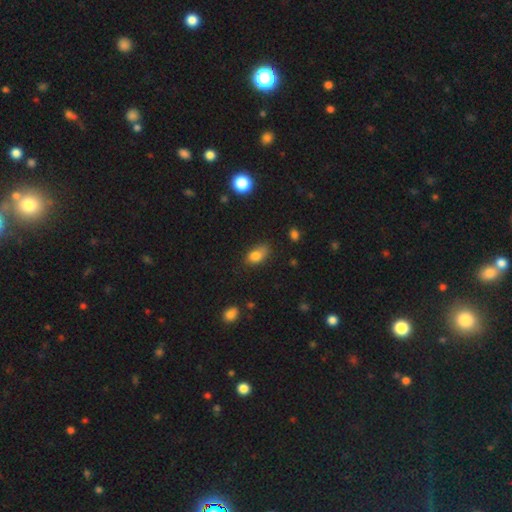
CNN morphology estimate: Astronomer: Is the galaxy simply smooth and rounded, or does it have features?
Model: smooth — 80%.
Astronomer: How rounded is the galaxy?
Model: in between — 80%.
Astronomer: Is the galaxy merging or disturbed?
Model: none — 52% (runner-up: minor disturbance, 32%).